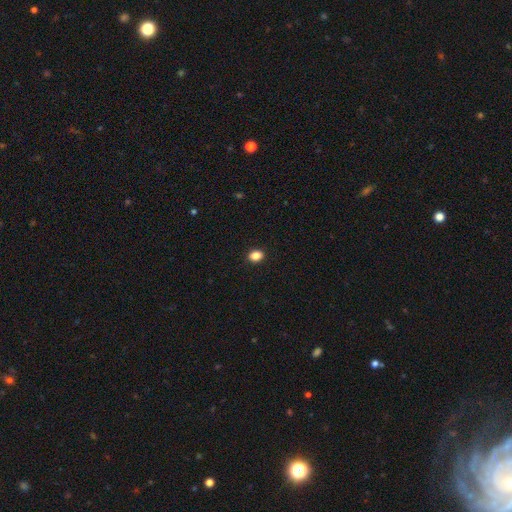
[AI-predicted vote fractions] smooth_or_featured: smooth (p=0.87) [alt: star or artifact p=0.09]
how_rounded: in between (p=0.66) [alt: round p=0.33]
merging: none (p=0.91) [alt: minor disturbance p=0.06]